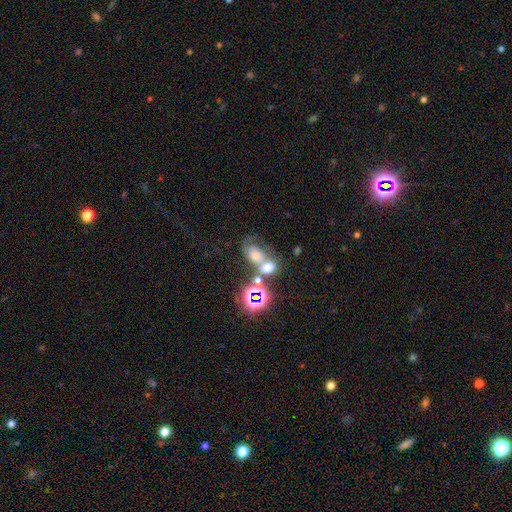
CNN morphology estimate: Smooth or featured: smooth — 44% (star or artifact — 29%)
Merging: merger — 49% (none — 25%)